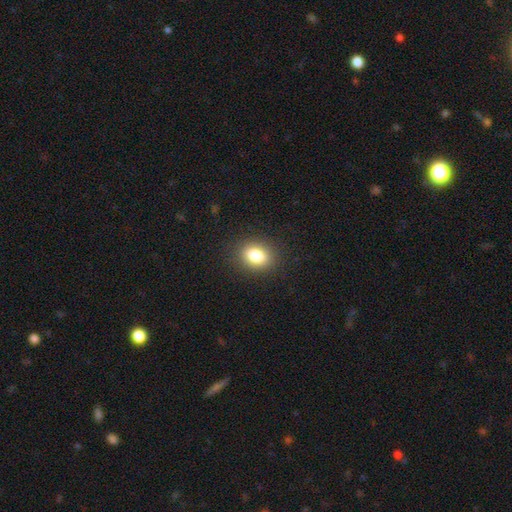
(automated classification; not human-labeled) Morphology: type=smooth (82%); roundness=in between (62%); merging=none (88%).